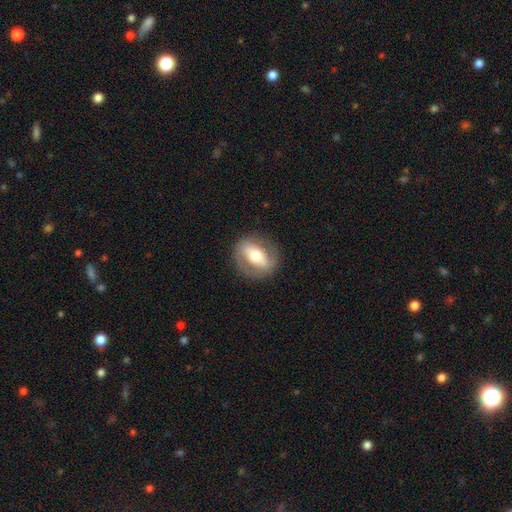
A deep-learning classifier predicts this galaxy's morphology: This is possibly a featured or disk galaxy (55%). It is clearly not viewed edge-on (89%). Merging: clearly none (83%).